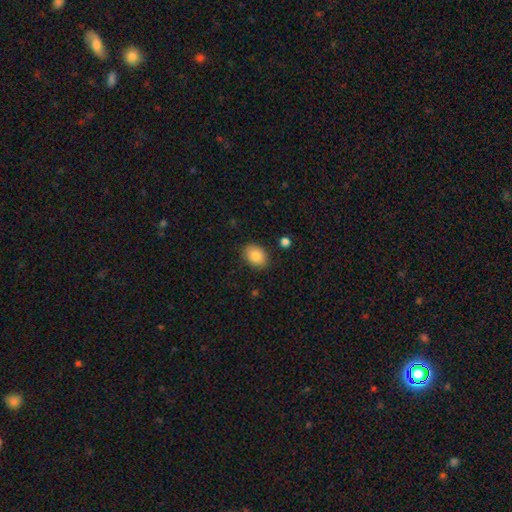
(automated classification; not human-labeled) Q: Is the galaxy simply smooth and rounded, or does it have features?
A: smooth — 85%.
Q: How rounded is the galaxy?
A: in between — 71%.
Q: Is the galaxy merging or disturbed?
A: none — 87%.